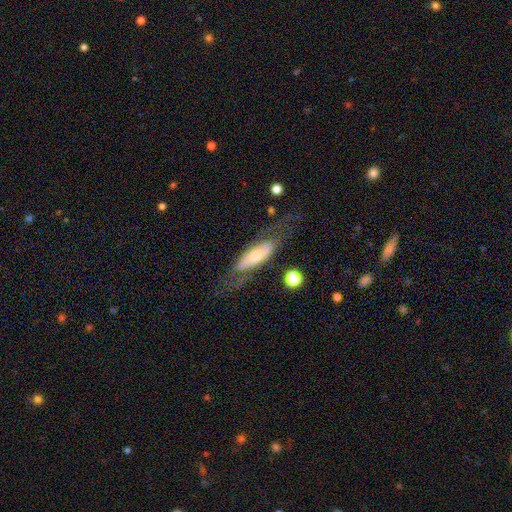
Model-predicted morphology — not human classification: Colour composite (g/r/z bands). It shows a featured or disk galaxy (60%). Merging: none (59%).